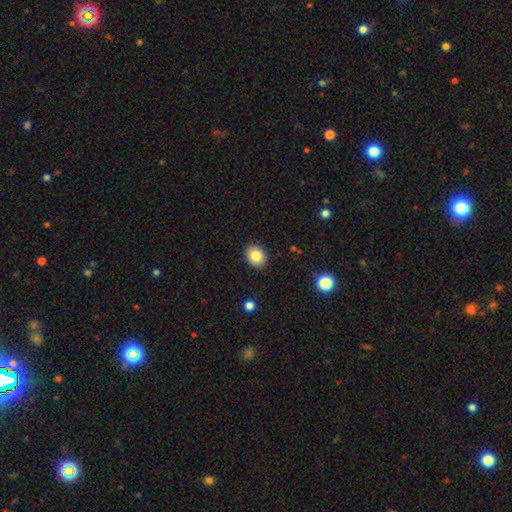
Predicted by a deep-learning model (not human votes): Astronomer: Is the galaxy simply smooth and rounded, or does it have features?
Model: smooth — 83%.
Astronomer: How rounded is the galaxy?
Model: round — 51% (runner-up: in between, 48%).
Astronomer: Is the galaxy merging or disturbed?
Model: none — 90%.